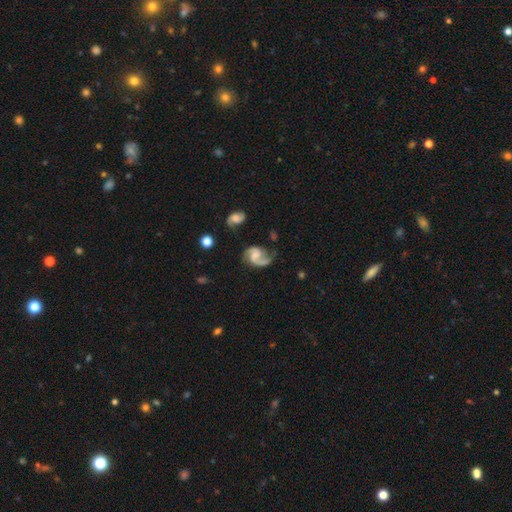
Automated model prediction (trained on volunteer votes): Morphology: type=featured or disk (85%); edge-on=no (98%); bar=weak (44%, tied with no); spiral arms=yes (96%); winding=medium (51%); arm count=2 (84%); bulge=none (44%); merging=none (63%).